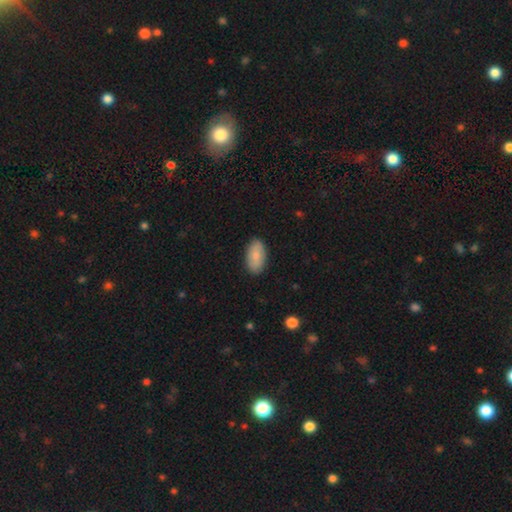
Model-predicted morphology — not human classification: The model was most divided on "smooth or featured": smooth: 80%, featured or disk: 14%, star or artifact: 6%. More confident: how rounded — in between (94%); merging — none (87%).